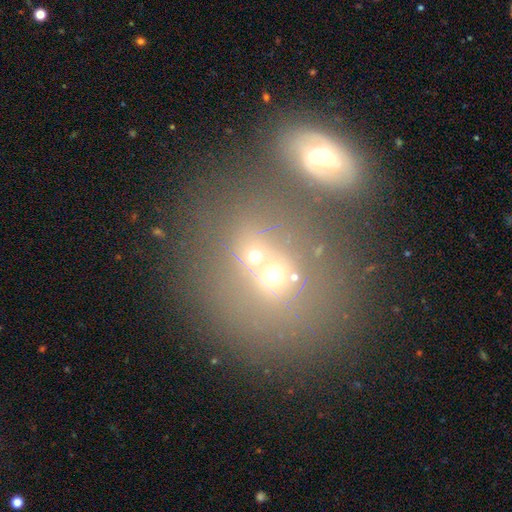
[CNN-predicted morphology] Overall: smooth (56%; featured or disk 23%). How rounded: round (66%; in between 33%). Merging: merger (52%; none 34%).